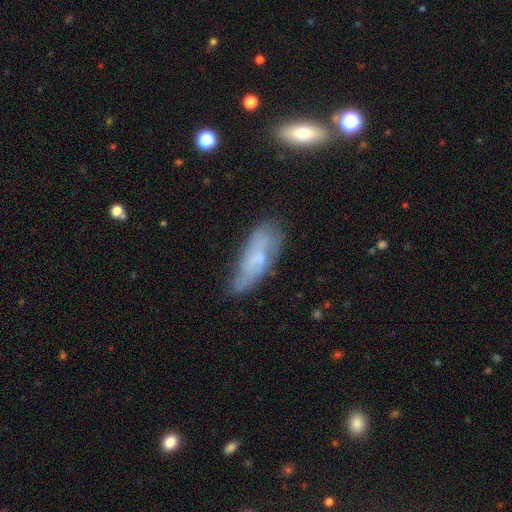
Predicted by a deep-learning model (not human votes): The model was most divided on "smooth or featured": smooth: 51%, featured or disk: 39%, star or artifact: 10%. More confident: how rounded — in between (64%); merging — none (50%).